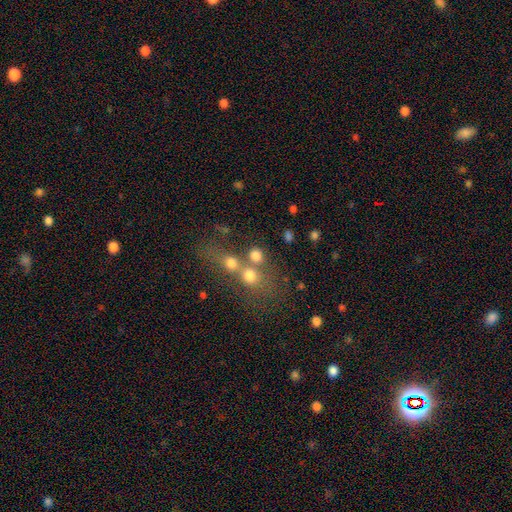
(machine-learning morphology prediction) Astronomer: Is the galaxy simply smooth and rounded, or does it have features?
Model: smooth — 72%.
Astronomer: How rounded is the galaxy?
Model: round — 74%.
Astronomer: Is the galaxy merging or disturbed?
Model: merger — 46% (runner-up: none, 40%).